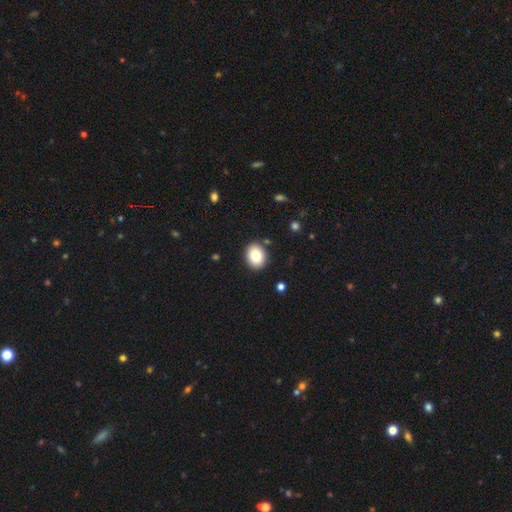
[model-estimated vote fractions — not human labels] This appears to be a smooth galaxy with no disk features (82%) that is in between round and cigar-shaped (50%). Merging: none (89%).